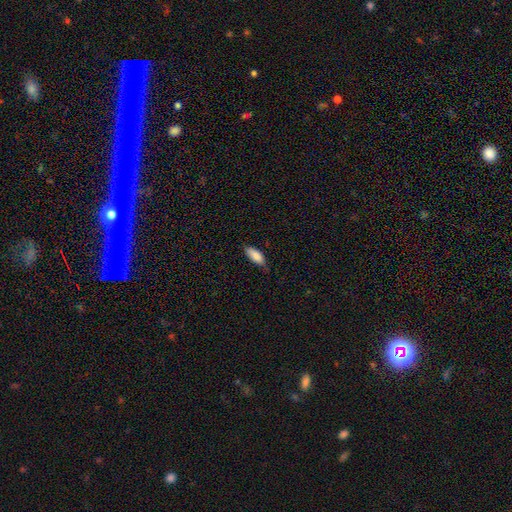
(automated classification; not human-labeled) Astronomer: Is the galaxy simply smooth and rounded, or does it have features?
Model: smooth — 88%.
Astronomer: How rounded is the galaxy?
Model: in between — 82%.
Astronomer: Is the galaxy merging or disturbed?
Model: none — 68%.